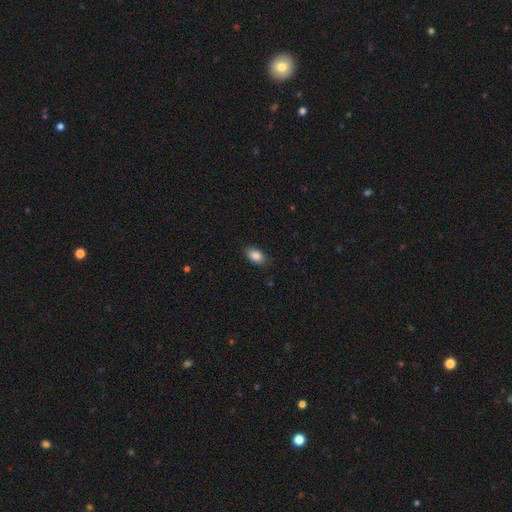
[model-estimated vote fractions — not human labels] Smooth or featured? Predicted: smooth (p=0.86). How rounded? Predicted: in between (p=0.90). Merging? Predicted: none (p=0.87).